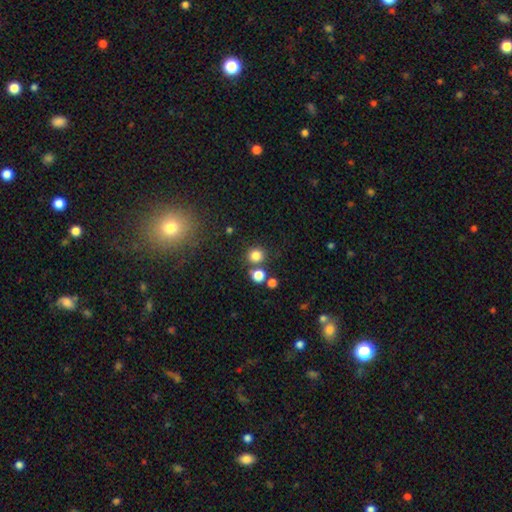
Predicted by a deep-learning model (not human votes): A smooth galaxy with no disk features (80%) that is round (90%).

Vote fractions:
- Smooth or featured? smooth: 80% / star or artifact: 14% / featured or disk: 5%
- How rounded? round: 90% / in between: 9% / cigar-shaped: 1%
- Merging? none: 76% / merger: 13% / minor disturbance: 7% / major disturbance: 3%